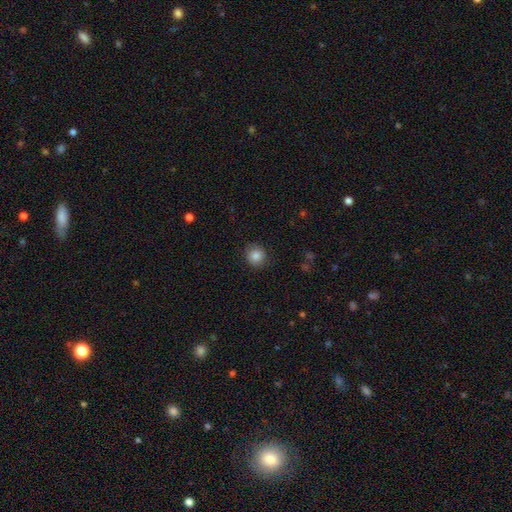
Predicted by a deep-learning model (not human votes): smooth_or_featured: smooth (p=0.84) [alt: star or artifact p=0.10]
how_rounded: round (p=0.89) [alt: in between p=0.10]
merging: none (p=0.87) [alt: minor disturbance p=0.09]